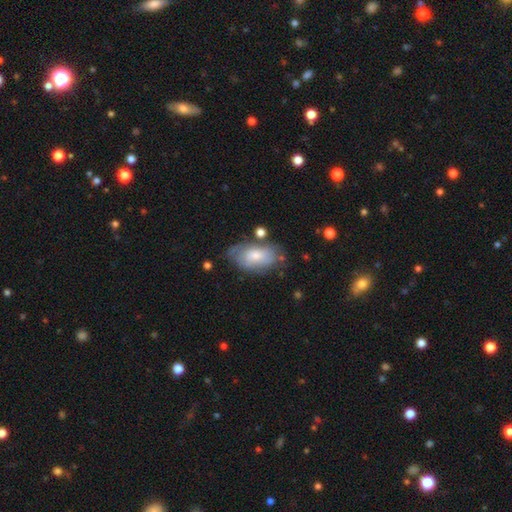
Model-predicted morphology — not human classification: The model was most divided on "smooth or featured": smooth: 57%, featured or disk: 36%, star or artifact: 7%. More confident: how rounded — in between (92%); merging — none (55%).